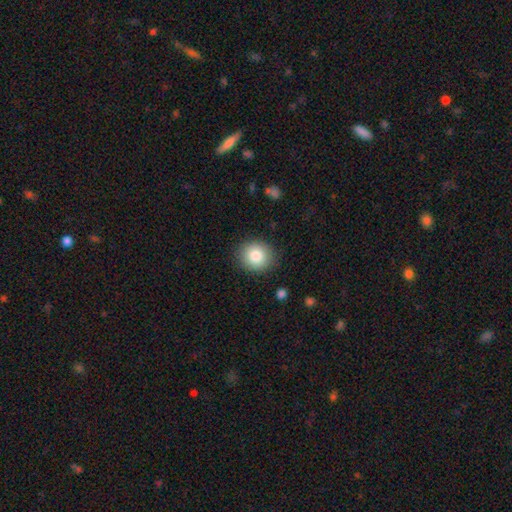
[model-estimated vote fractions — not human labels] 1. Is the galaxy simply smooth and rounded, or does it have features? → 85% smooth, 8% star or artifact, 7% featured or disk.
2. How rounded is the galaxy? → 80% round, 19% in between, 1% cigar-shaped.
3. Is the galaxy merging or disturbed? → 87% none, 9% minor disturbance, 3% major disturbance, 1% merger.